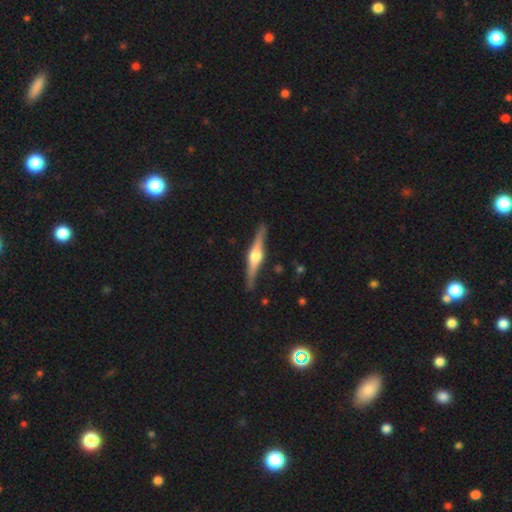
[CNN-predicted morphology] The model was most divided on "smooth or featured": featured or disk: 81%, smooth: 14%, star or artifact: 5%. More confident: edge-on disk — yes (98%); edge-on bulge — rounded (92%); merging — none (88%).